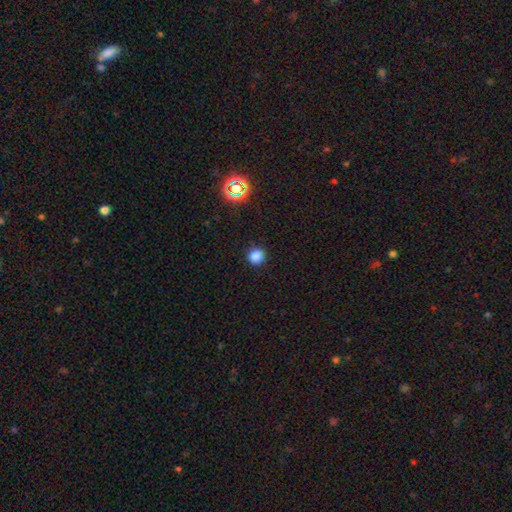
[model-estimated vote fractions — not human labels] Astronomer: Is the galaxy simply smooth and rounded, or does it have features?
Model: smooth — 82%.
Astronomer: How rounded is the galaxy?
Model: round — 92%.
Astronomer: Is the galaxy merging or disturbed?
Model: none — 90%.